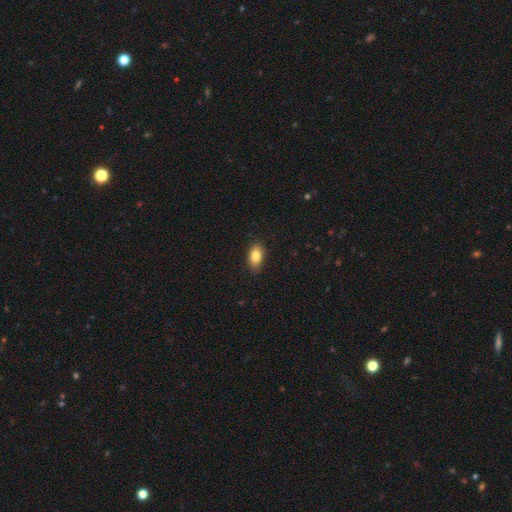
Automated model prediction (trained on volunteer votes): Smooth or featured? Predicted: smooth (p=0.83). How rounded? Predicted: in between (p=0.89). Merging? Predicted: none (p=0.86).